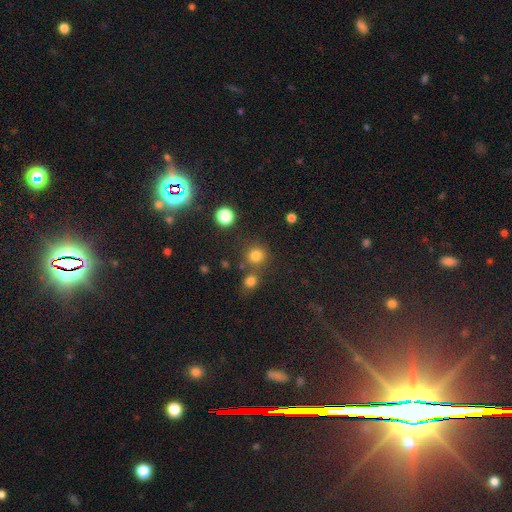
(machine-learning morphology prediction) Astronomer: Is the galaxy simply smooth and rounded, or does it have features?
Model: smooth — 78%.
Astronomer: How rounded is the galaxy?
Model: round — 89%.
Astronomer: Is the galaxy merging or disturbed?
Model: none — 70%.